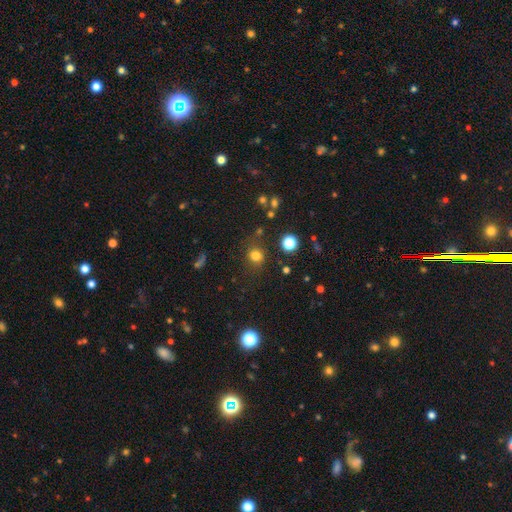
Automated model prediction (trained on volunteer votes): A smooth galaxy with no disk features (76%) that is round (77%). Merging: none (76%).